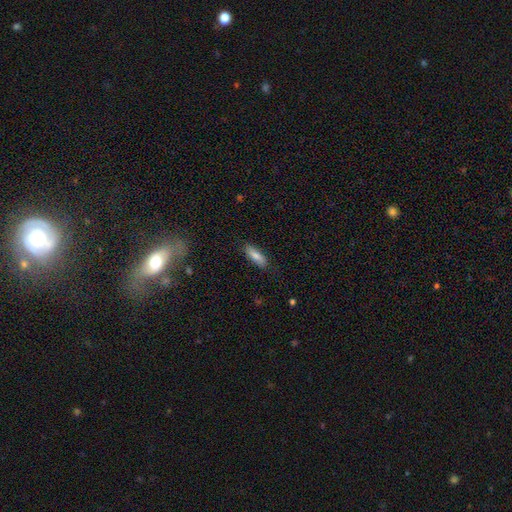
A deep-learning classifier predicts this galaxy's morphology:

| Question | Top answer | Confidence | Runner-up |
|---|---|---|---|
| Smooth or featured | smooth | 79% | featured or disk (14%) |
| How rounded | in between | 56% | cigar-shaped (42%) |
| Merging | none | 86% | minor disturbance (11%) |